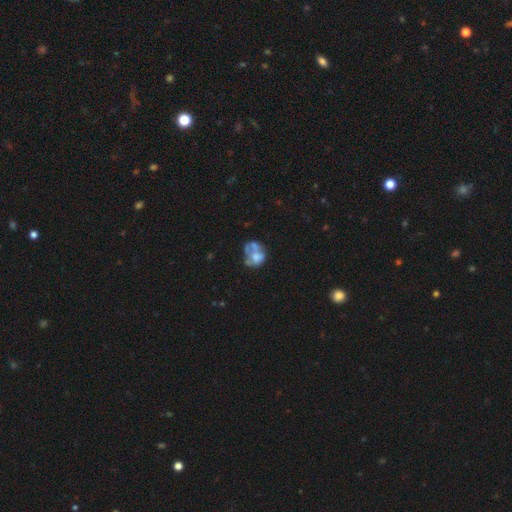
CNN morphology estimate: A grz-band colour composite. It shows a featured or disk galaxy (46%). Merging: merger (31%).